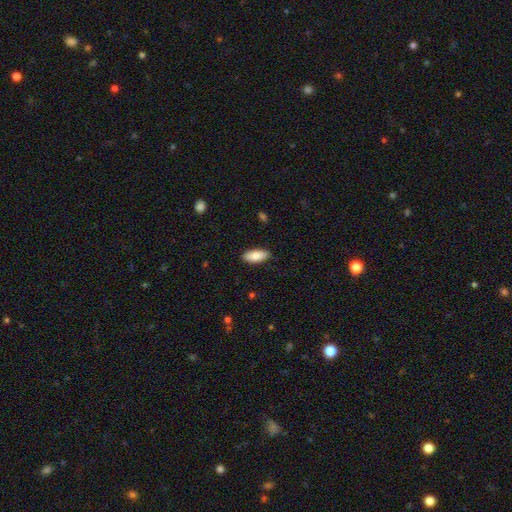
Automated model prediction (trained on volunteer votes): A smooth galaxy with no disk features (86%) that is in between round and cigar-shaped (84%).

Vote fractions:
- Smooth or featured? smooth: 86% / featured or disk: 8% / star or artifact: 6%
- How rounded? in between: 84% / cigar-shaped: 14% / round: 2%
- Merging? none: 88% / minor disturbance: 9% / major disturbance: 2% / merger: 1%